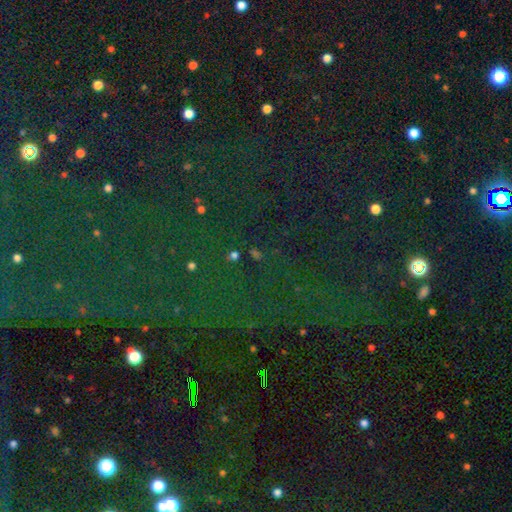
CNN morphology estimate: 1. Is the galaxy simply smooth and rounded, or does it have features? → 83% star or artifact, 10% smooth, 8% featured or disk.